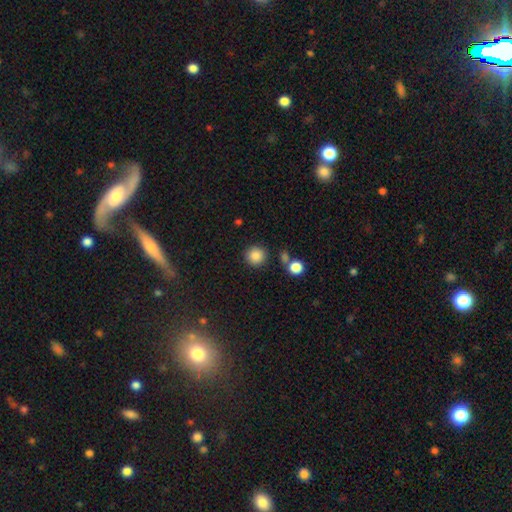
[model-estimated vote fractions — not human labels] Q: Smooth or featured?
A: smooth (85%); runner-up: star or artifact (10%)
Q: How rounded?
A: round (93%); runner-up: in between (6%)
Q: Merging?
A: none (84%); runner-up: minor disturbance (8%)